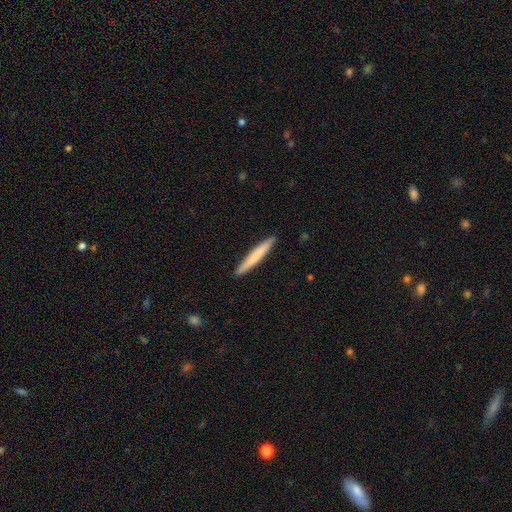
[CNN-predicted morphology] Smooth or featured? smooth (71%)
How rounded? cigar-shaped (96%)
Merging? none (91%)